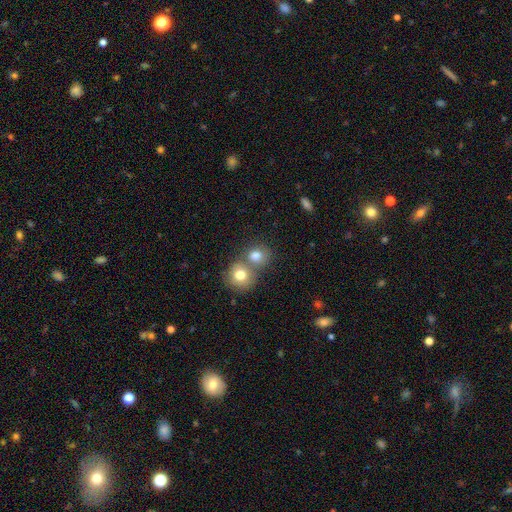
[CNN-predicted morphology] This is likely a smooth galaxy (79%). How rounded: likely round (79%). Merging: possibly merger (47%).